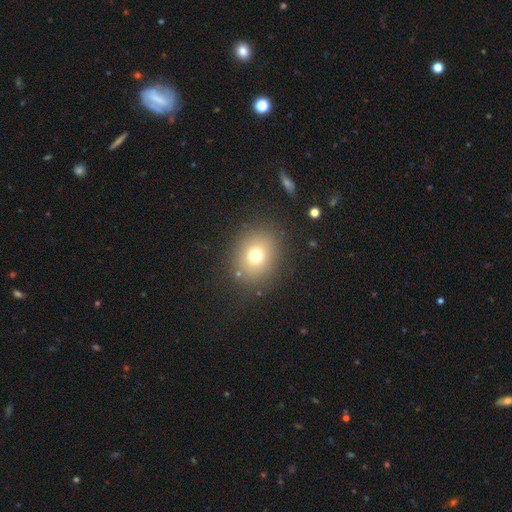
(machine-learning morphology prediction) Smooth or featured?
  - smooth: 72% *
  - star or artifact: 16%
  - featured or disk: 13%
How rounded?
  - round: 69% *
  - in between: 30%
  - cigar-shaped: 1%
Merging?
  - none: 85% *
  - minor disturbance: 9%
  - major disturbance: 4%
  - merger: 2%